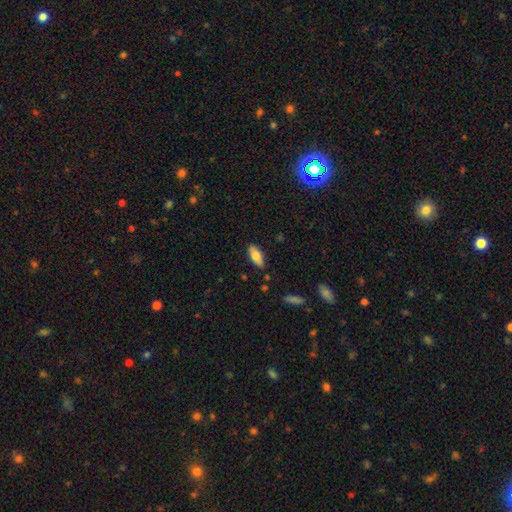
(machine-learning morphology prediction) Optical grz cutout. It shows a smooth galaxy with no disk features (74%) that is in between round and cigar-shaped (82%). Merging: none (85%).